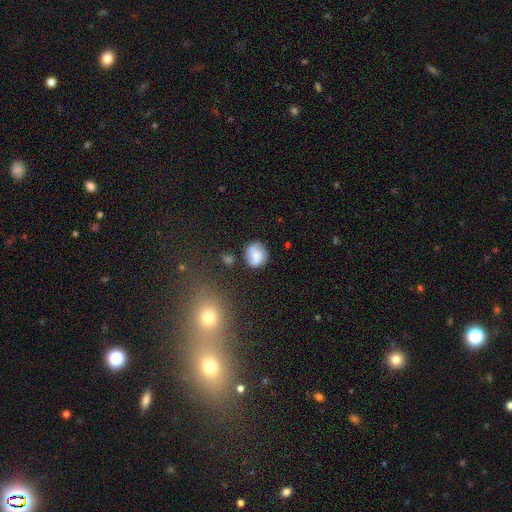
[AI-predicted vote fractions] Smooth or featured? Predicted: smooth (p=0.67). How rounded? Predicted: round (p=0.74). Merging? Predicted: none (p=0.67).